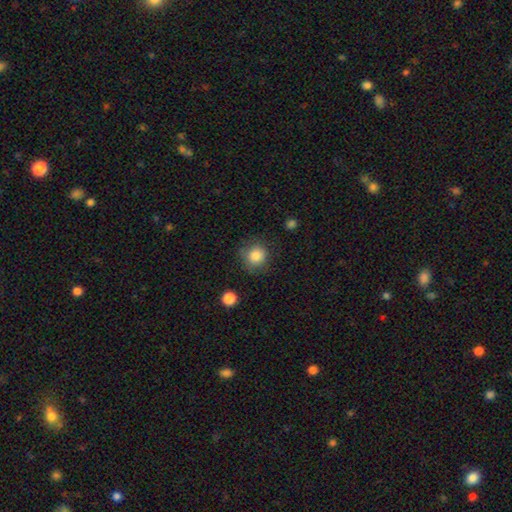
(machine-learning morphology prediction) The model was most divided on "merging": none: 77%, minor disturbance: 15%, major disturbance: 5%, merger: 2%. More confident: how rounded — round (88%); smooth or featured — smooth (84%).